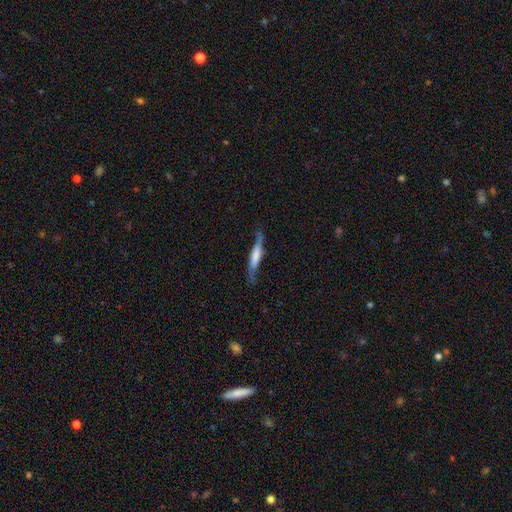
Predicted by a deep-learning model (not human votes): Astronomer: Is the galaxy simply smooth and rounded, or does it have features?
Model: featured or disk — 53% (runner-up: smooth, 41%).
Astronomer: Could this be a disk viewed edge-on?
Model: yes — 75%.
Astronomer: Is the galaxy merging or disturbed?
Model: none — 65%.